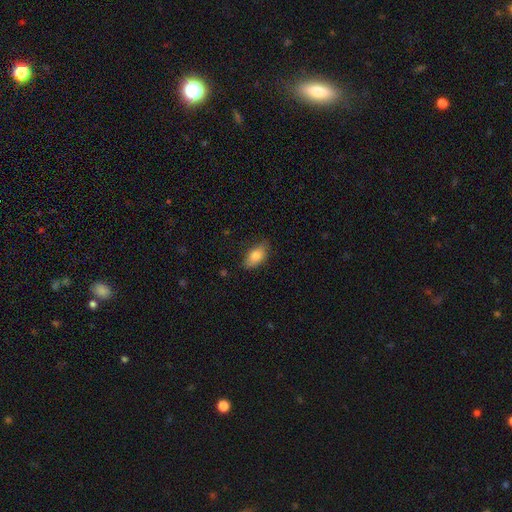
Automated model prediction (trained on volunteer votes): Smooth or featured? smooth (78%)
How rounded? in between (89%)
Merging? none (79%)